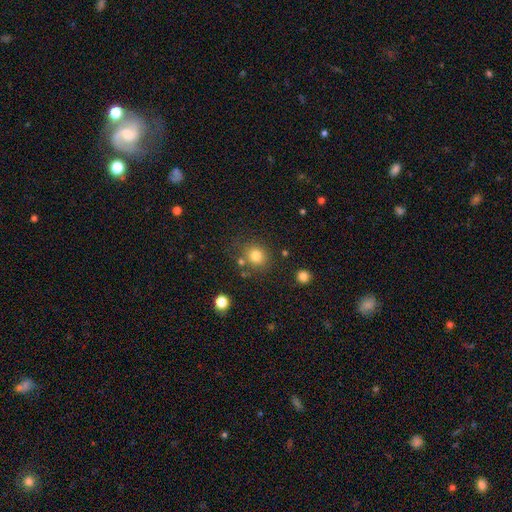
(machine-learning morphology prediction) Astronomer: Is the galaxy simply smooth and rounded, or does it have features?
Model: smooth — 79%.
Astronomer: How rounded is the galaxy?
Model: round — 85%.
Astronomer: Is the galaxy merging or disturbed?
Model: none — 76%.